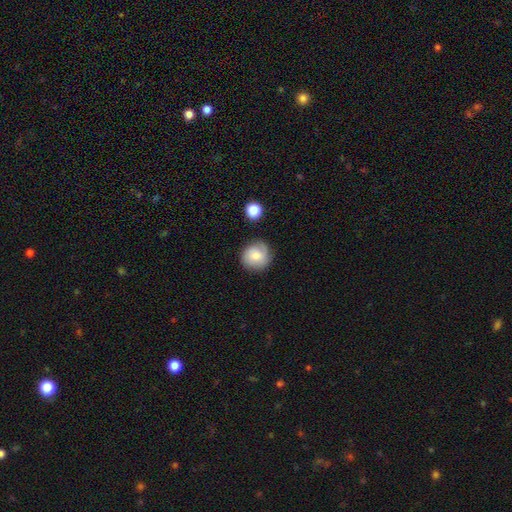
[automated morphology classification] Smooth or featured?
  - smooth: 70% *
  - featured or disk: 21%
  - star or artifact: 9%
How rounded?
  - round: 90% *
  - in between: 9%
  - cigar-shaped: 1%
Merging?
  - none: 78% *
  - minor disturbance: 15%
  - major disturbance: 4%
  - merger: 3%